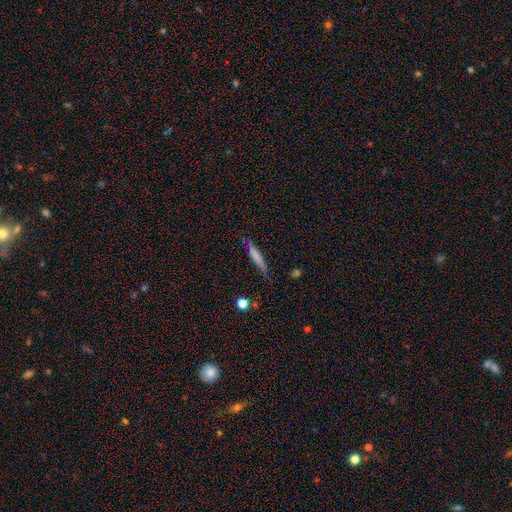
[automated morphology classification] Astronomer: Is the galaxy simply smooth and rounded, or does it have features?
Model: smooth — 66%.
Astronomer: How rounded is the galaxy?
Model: cigar-shaped — 93%.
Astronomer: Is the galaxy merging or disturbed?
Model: none — 81%.